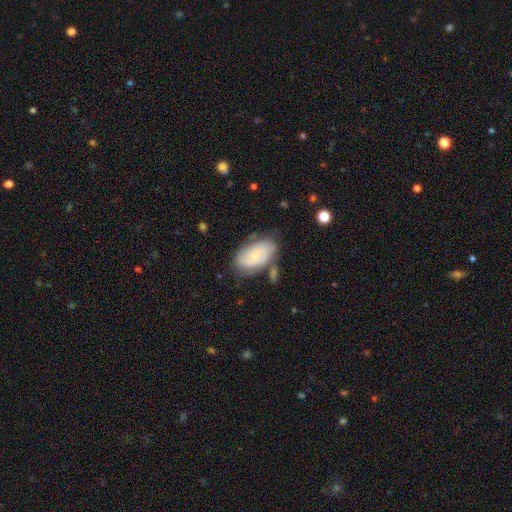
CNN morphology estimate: Smooth or featured: featured or disk — 52% (smooth — 41%)
Edge-on disk: no — 95% (yes — 5%)
Merging: none — 62% (minor disturbance — 23%)